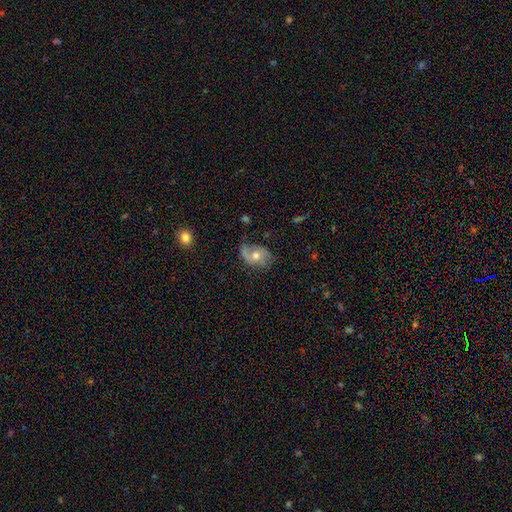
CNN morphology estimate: Smooth or featured: featured or disk — 55% (smooth — 36%)
Edge-on disk: no — 95% (yes — 5%)
Bar: no — 75% (weak — 20%)
Spiral arms: yes — 78% (no — 22%)
Bulge size: moderate — 70% (small — 22%)
Merging: none — 52% (minor disturbance — 30%)